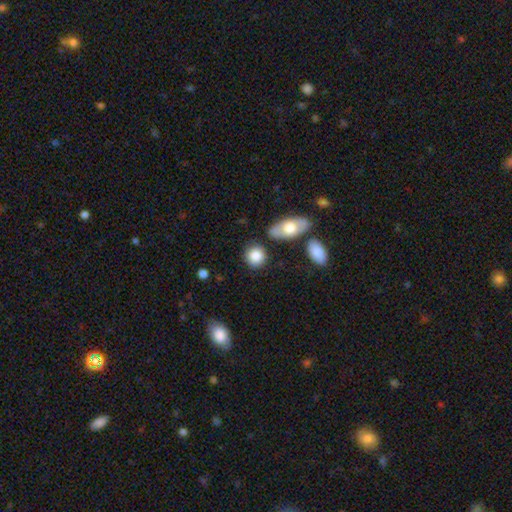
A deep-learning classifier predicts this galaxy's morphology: Smooth or featured? smooth (84%)
How rounded? round (74%)
Merging? none (80%)